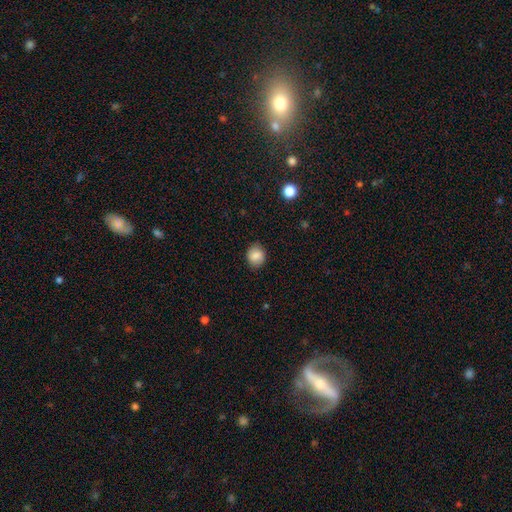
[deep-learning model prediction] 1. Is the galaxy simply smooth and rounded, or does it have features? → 85% smooth, 9% star or artifact, 6% featured or disk.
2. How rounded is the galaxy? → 65% round, 34% in between, 1% cigar-shaped.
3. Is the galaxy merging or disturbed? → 84% none, 12% minor disturbance, 3% major disturbance, 1% merger.